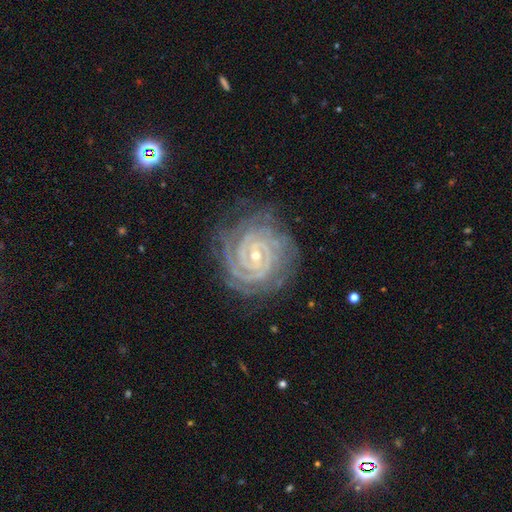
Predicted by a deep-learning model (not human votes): Smooth or featured? Predicted: featured or disk (p=0.92). Edge-on disk? Predicted: no (p=0.98). Bar? Predicted: no (p=0.42). Spiral arms? Predicted: yes (p=0.99). Spiral winding? Predicted: tight (p=0.88). Spiral arm count? Predicted: 2 (p=0.34). Bulge size? Predicted: small (p=0.72). Merging? Predicted: none (p=0.79).